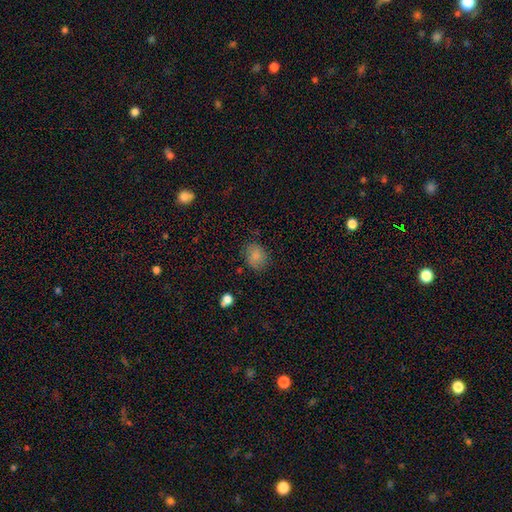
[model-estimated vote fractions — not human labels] A smooth galaxy with no disk features (83%) that is in between round and cigar-shaped (56%).

Vote fractions:
- Smooth or featured? smooth: 83% / star or artifact: 10% / featured or disk: 8%
- How rounded? in between: 56% / round: 43% / cigar-shaped: 1%
- Merging? none: 79% / minor disturbance: 15% / major disturbance: 4% / merger: 2%